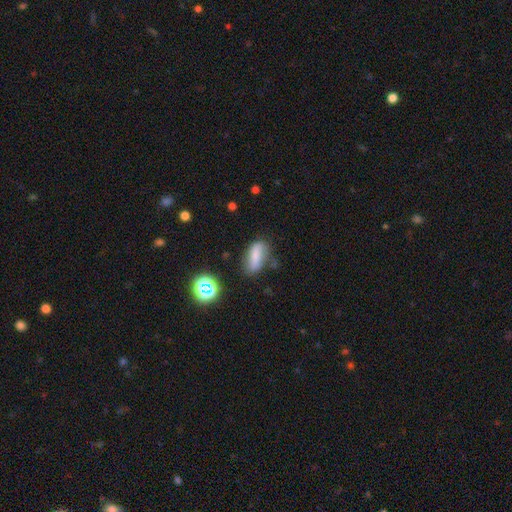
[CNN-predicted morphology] smooth_or_featured: smooth (p=0.65) [alt: featured or disk p=0.22]
how_rounded: in between (p=0.75) [alt: cigar-shaped p=0.19]
merging: none (p=0.55) [alt: minor disturbance p=0.28]